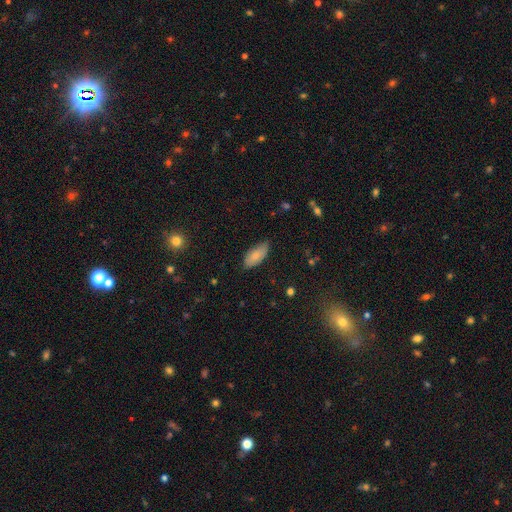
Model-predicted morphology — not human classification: smooth-or-featured: smooth: 79% | featured or disk: 14% | star or artifact: 7%
  how-rounded: in between: 89% | cigar-shaped: 9% | round: 2%
  merging: none: 74% | minor disturbance: 22% | major disturbance: 3% | merger: 1%